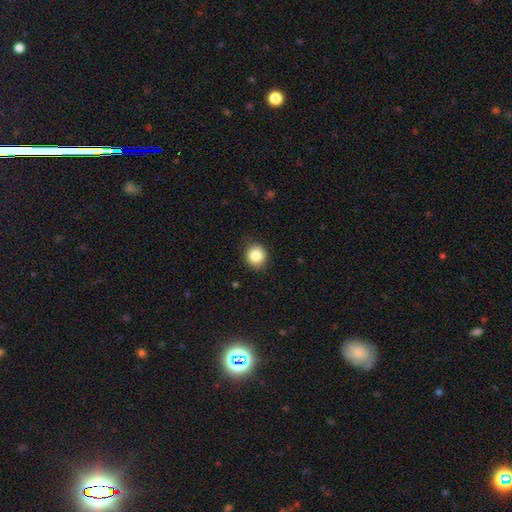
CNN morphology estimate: Q: Smooth or featured?
A: smooth (85%); runner-up: star or artifact (9%)
Q: How rounded?
A: round (85%); runner-up: in between (15%)
Q: Merging?
A: none (86%); runner-up: minor disturbance (11%)